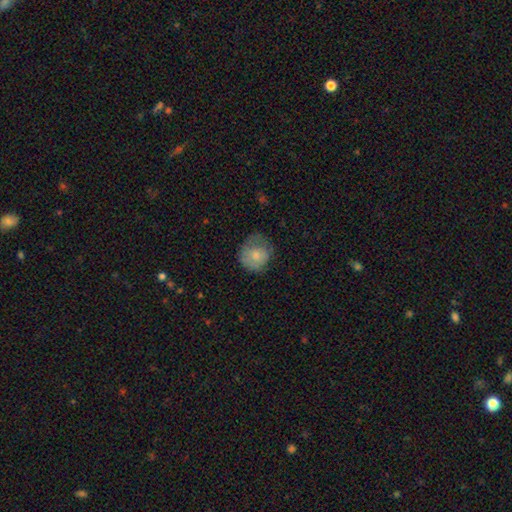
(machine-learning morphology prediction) type=smooth (75%); roundness=round (81%); merging=none (55%).